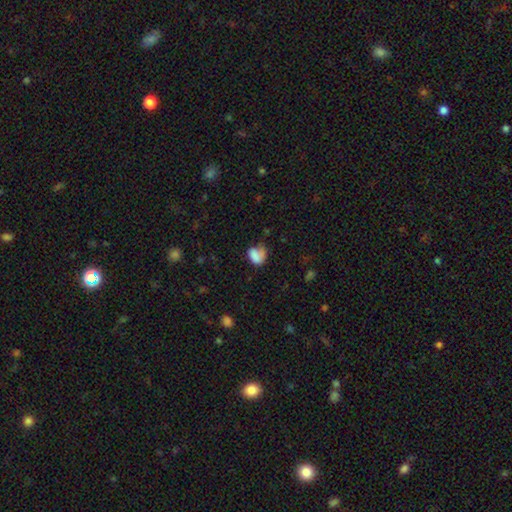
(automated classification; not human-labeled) Smooth or featured? smooth (76%)
How rounded? in between (60%)
Merging? none (37%)